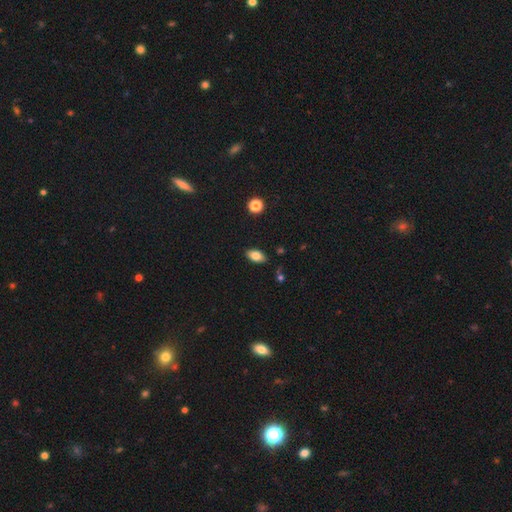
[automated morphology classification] smooth_or_featured: smooth (p=0.81) [alt: featured or disk p=0.11]
how_rounded: in between (p=0.91) [alt: round p=0.05]
merging: none (p=0.85) [alt: minor disturbance p=0.11]